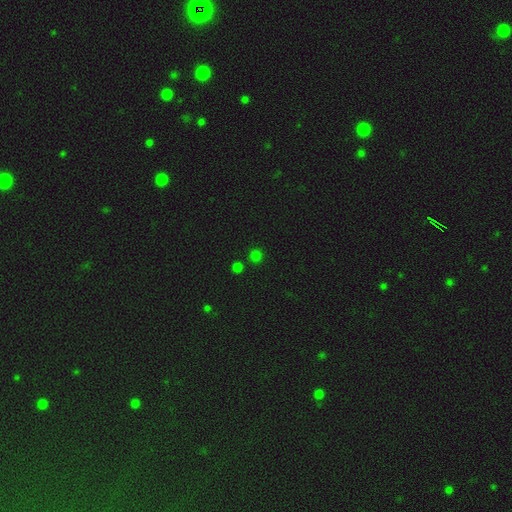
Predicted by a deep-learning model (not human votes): Smooth or featured? Predicted: smooth (p=0.70). How rounded? Predicted: round (p=0.93). Merging? Predicted: none (p=0.83).